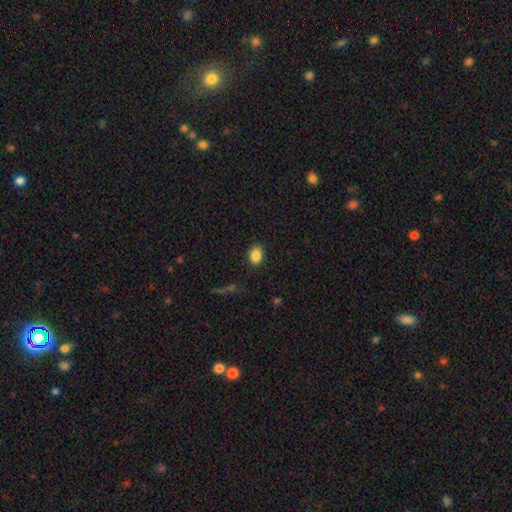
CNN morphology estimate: The model was most divided on "how rounded": in between: 62%, round: 37%, cigar-shaped: 1%. More confident: merging — none (87%); smooth or featured — smooth (86%).